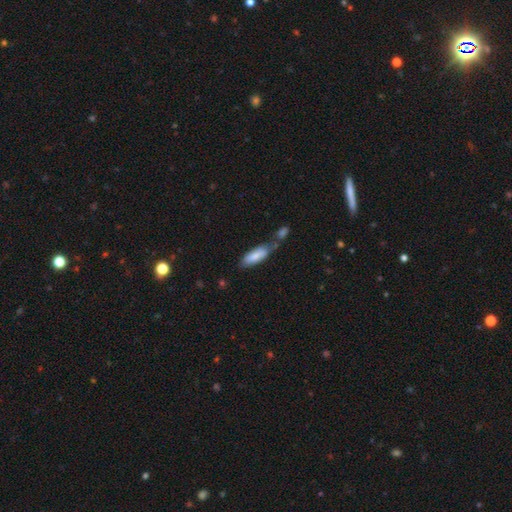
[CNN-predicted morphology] Smooth or featured?
  - smooth: 80% *
  - featured or disk: 14%
  - star or artifact: 6%
How rounded?
  - in between: 60% *
  - cigar-shaped: 39%
  - round: 2%
Merging?
  - none: 40% *
  - merger: 32%
  - minor disturbance: 21%
  - major disturbance: 7%